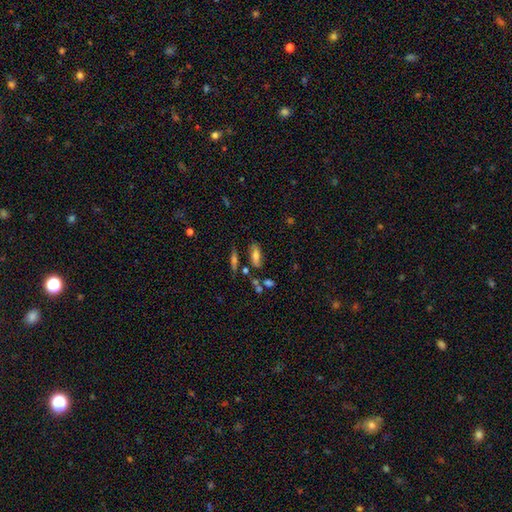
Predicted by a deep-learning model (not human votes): A smooth galaxy with no disk features (61%) that is in between round and cigar-shaped (67%).

Vote fractions:
- Smooth or featured? smooth: 61% / featured or disk: 29% / star or artifact: 10%
- How rounded? in between: 67% / cigar-shaped: 30% / round: 4%
- Merging? none: 66% / minor disturbance: 17% / merger: 11% / major disturbance: 6%